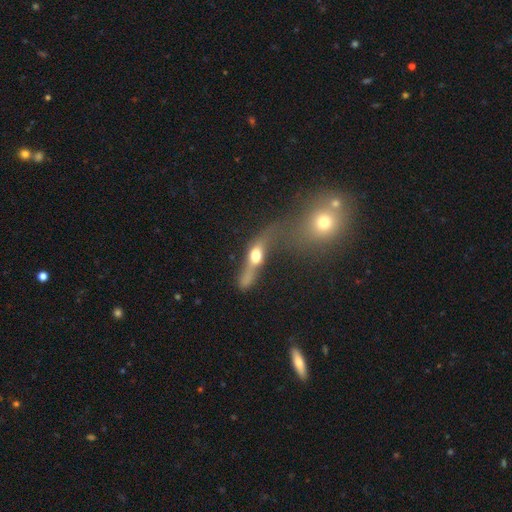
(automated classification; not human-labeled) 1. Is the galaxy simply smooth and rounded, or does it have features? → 45% smooth, 42% featured or disk, 12% star or artifact.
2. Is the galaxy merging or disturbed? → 40% merger, 25% major disturbance, 23% none, 13% minor disturbance.